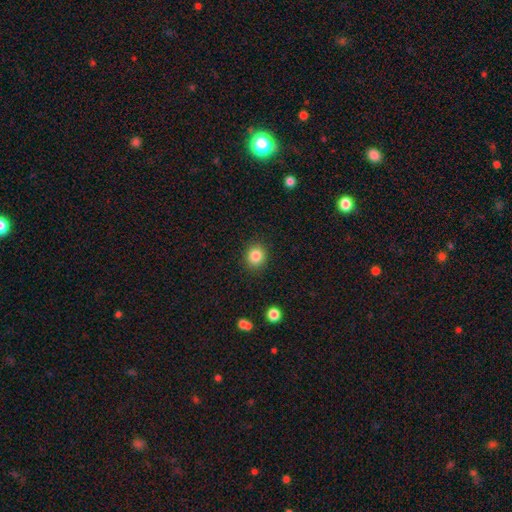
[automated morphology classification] smooth 84%, star or artifact 11%, featured or disk 5%. Down the decision tree: how rounded — round (83%); merging — none (90%).